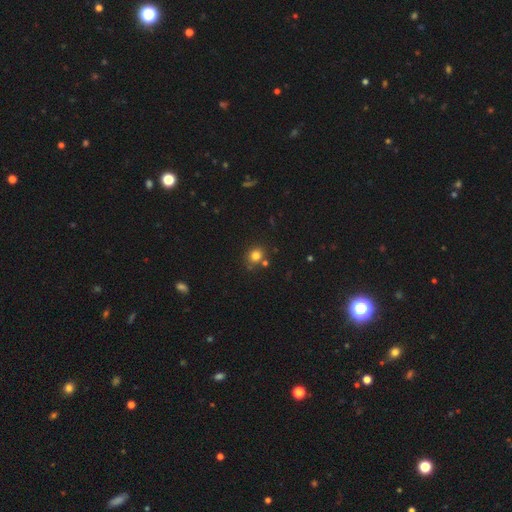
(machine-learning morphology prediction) Smooth or featured?
  - smooth: 80% *
  - star or artifact: 14%
  - featured or disk: 7%
How rounded?
  - round: 75% *
  - in between: 24%
  - cigar-shaped: 1%
Merging?
  - none: 73% *
  - merger: 13%
  - minor disturbance: 11%
  - major disturbance: 3%